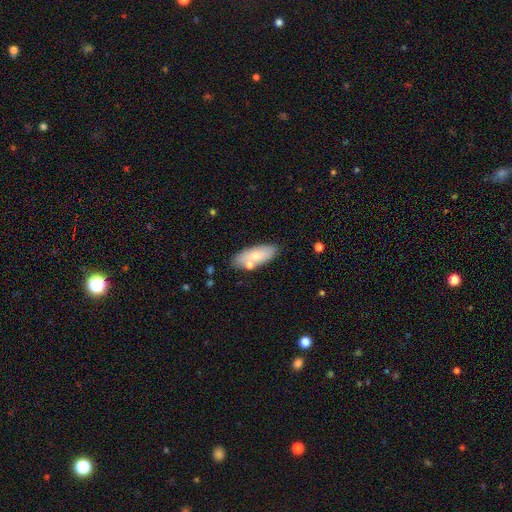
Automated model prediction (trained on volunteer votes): This is likely a smooth galaxy (68%). How rounded: likely in between (78%). Merging: likely none (70%).